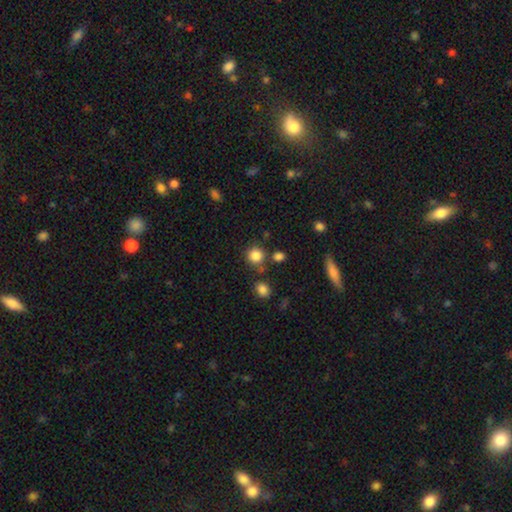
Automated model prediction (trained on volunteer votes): Overall: smooth (84%). How rounded: round (90%). Merging: none (76%).